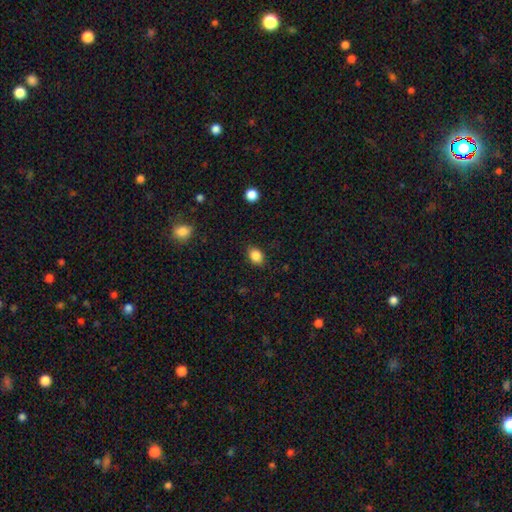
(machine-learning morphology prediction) Q: Smooth or featured?
A: smooth (86%); runner-up: star or artifact (9%)
Q: How rounded?
A: in between (73%); runner-up: round (26%)
Q: Merging?
A: none (86%); runner-up: minor disturbance (11%)